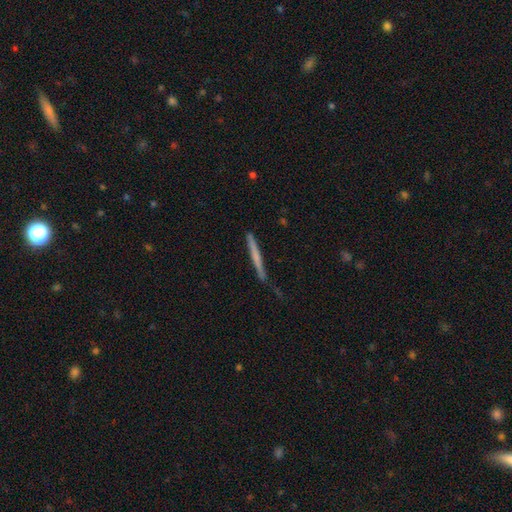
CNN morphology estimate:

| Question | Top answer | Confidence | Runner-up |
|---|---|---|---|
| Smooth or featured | smooth | 51% | featured or disk (43%) |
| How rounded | cigar-shaped | 97% | in between (2%) |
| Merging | none | 77% | minor disturbance (17%) |